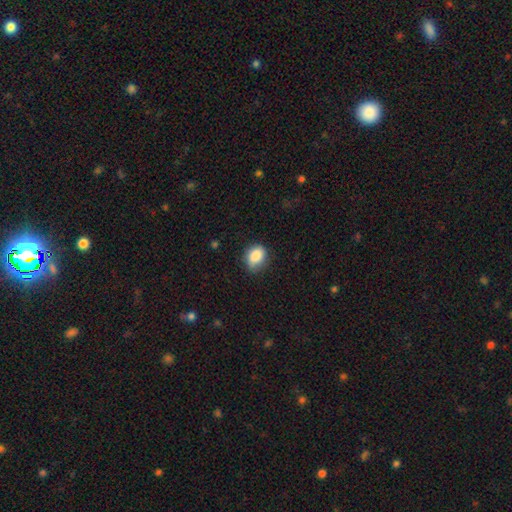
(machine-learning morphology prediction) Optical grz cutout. It shows a smooth galaxy with no disk features (86%) that is in between round and cigar-shaped (52%). Merging: none (70%).